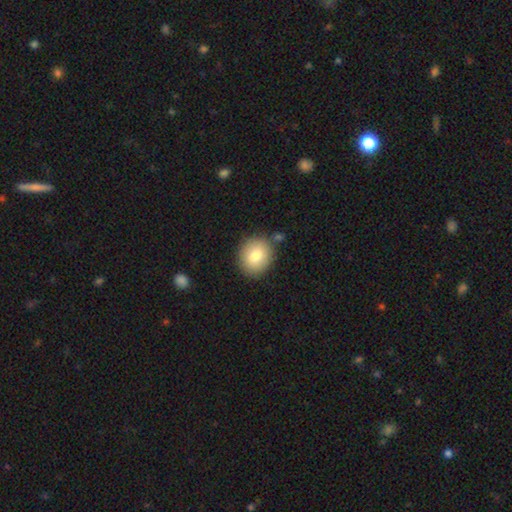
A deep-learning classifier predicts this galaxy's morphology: Smooth or featured? Predicted: smooth (p=0.80). How rounded? Predicted: round (p=0.70). Merging? Predicted: none (p=0.81).